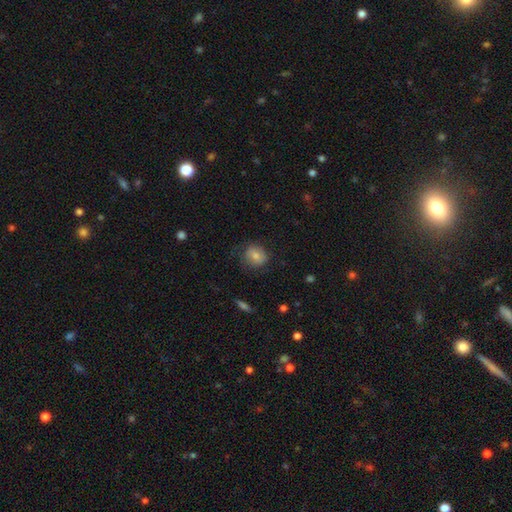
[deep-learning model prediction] smooth_or_featured: smooth (p=0.75) [alt: featured or disk p=0.17]
how_rounded: round (p=0.75) [alt: in between p=0.24]
merging: none (p=0.69) [alt: minor disturbance p=0.22]